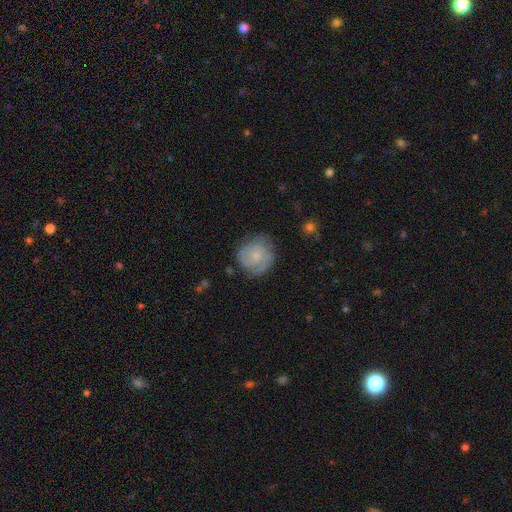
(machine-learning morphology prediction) Smooth or featured? featured or disk (56%)
Edge-on disk? no (98%)
Bar? no (74%)
Spiral arms? yes (84%)
Bulge size? small (54%)
Merging? none (71%)